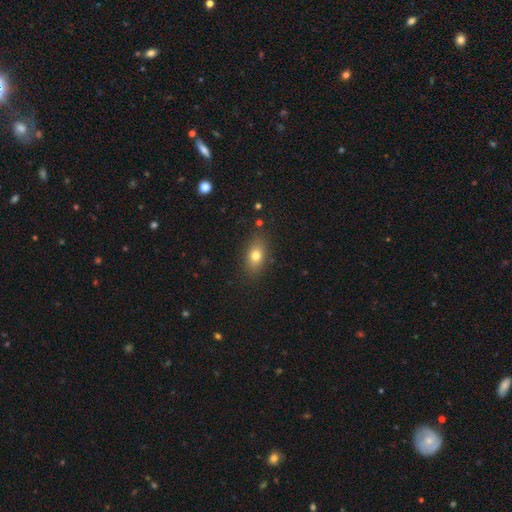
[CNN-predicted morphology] Q: Smooth or featured?
A: smooth (76%); runner-up: featured or disk (14%)
Q: How rounded?
A: in between (78%); runner-up: round (16%)
Q: Merging?
A: none (84%); runner-up: minor disturbance (11%)